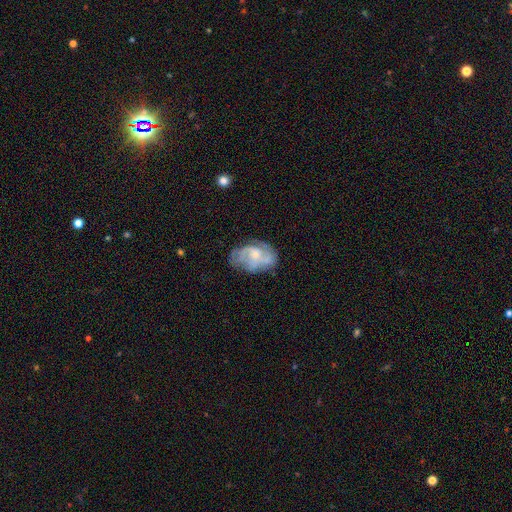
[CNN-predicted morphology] A featured or disk galaxy (68%) with no bar (71%), spiral arms (76%) and a small central bulge (54%). Merging: none (55%).